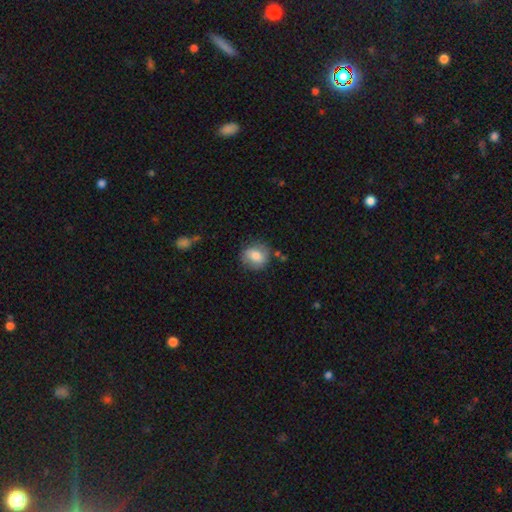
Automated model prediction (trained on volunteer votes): Overall: smooth (75%). How rounded: round (77%). Merging: none (76%).